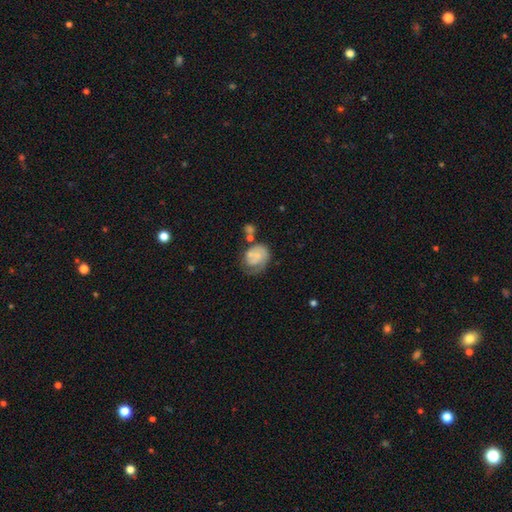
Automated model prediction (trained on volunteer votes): Q: Smooth or featured?
A: featured or disk (50%); runner-up: smooth (42%)
Q: Edge-on disk?
A: no (98%); runner-up: yes (2%)
Q: Merging?
A: none (38%); runner-up: minor disturbance (28%)